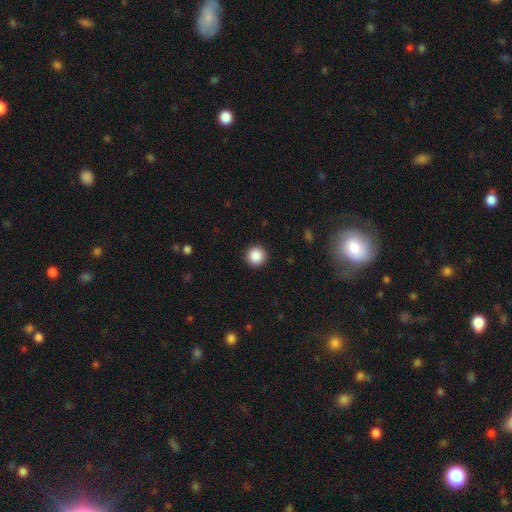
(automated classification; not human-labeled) This is clearly a smooth galaxy (87%). How rounded: clearly round (96%). Merging: clearly none (93%).